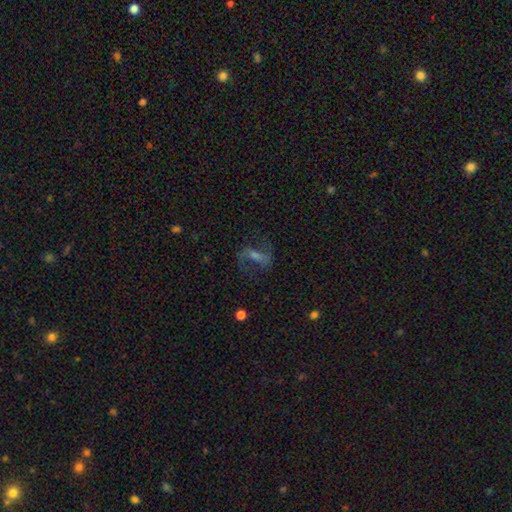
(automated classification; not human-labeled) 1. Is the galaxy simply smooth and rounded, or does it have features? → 71% featured or disk, 15% smooth, 14% star or artifact.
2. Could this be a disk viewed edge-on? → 93% no, 7% yes.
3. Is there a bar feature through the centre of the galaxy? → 44% strong, 39% weak, 16% no.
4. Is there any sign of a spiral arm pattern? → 89% yes, 11% no.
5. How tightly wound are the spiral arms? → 48% loose, 42% medium, 11% tight.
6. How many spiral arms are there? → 88% 2, 5% can't tell, 3% 1, 1% 3, 1% 4, 1% more than 4.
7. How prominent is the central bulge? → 43% small, 37% moderate, 13% none, 6% large, 2% dominant.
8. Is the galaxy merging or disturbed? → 73% none, 13% minor disturbance, 12% major disturbance, 2% merger.